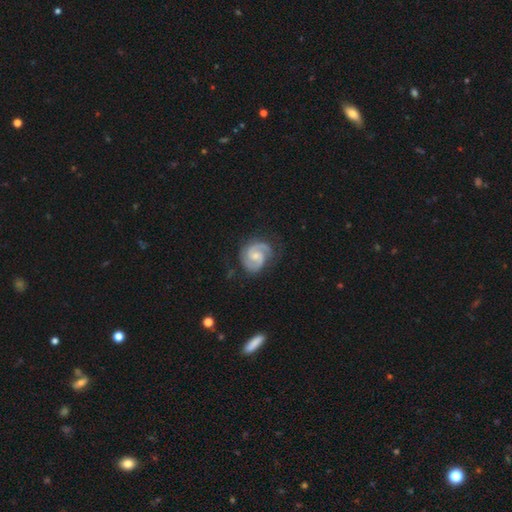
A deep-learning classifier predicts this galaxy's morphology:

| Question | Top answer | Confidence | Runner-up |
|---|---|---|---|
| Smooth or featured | featured or disk | 90% | smooth (6%) |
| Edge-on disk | no | 98% | yes (2%) |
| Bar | no | 48% | weak (44%) |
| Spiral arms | yes | 98% | no (2%) |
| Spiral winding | medium | 48% | tight (44%) |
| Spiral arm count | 2 | 92% | 3 (2%) |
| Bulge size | small | 49% | moderate (38%) |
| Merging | none | 79% | minor disturbance (16%) |